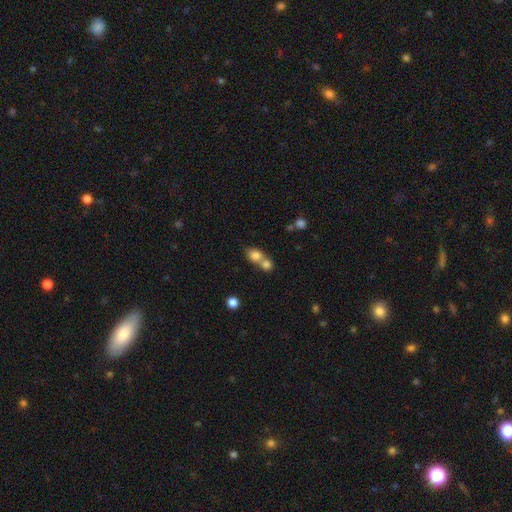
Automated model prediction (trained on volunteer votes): This appears to be a smooth galaxy with no disk features (80%) that is round (64%). Merging: merger (59%).